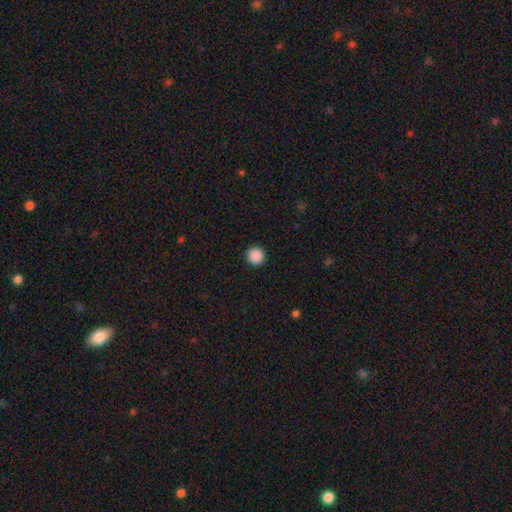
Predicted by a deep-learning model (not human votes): Smooth or featured?
  - smooth: 88% *
  - star or artifact: 9%
  - featured or disk: 2%
How rounded?
  - round: 95% *
  - in between: 4%
  - cigar-shaped: 1%
Merging?
  - none: 93% *
  - minor disturbance: 4%
  - major disturbance: 2%
  - merger: 1%